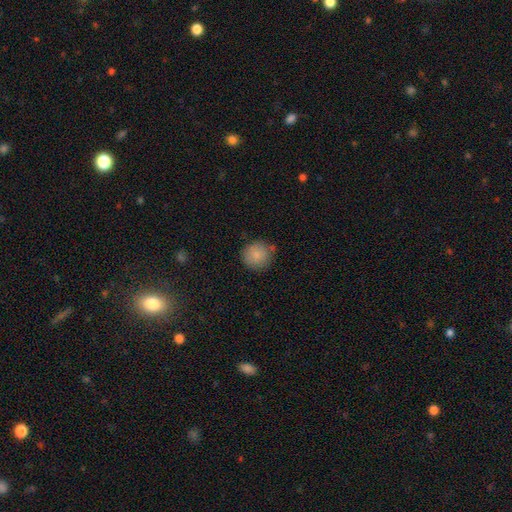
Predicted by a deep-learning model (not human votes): This appears to be a smooth galaxy with no disk features (86%) that is round (93%). Merging: none (78%).